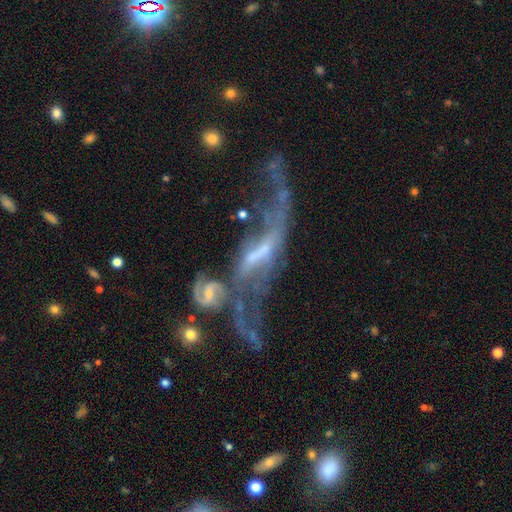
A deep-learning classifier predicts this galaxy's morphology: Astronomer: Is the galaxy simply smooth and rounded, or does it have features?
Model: featured or disk — 77%.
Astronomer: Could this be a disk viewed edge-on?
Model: no — 82%.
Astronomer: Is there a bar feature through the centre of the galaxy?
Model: strong — 39% (runner-up: weak, 35%).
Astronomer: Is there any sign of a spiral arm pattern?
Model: yes — 73%.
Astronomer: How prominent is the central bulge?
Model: small — 42% (runner-up: moderate, 27%).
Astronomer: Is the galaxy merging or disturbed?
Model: merger — 43% (runner-up: major disturbance, 27%).